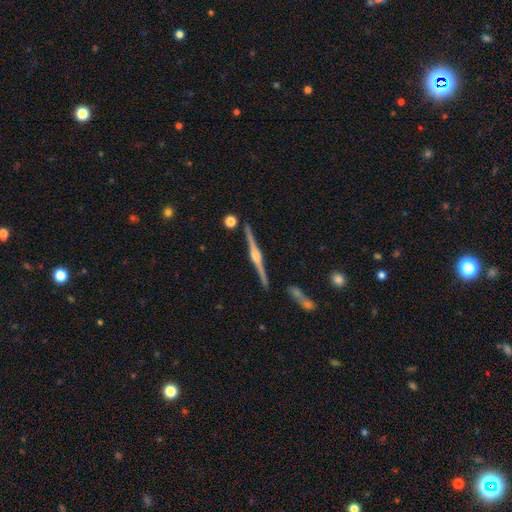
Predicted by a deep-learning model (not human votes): featured or disk 87%, smooth 7%, star or artifact 6%. Down the decision tree: edge-on disk — yes (99%); edge-on bulge — rounded (90%); merging — none (91%).